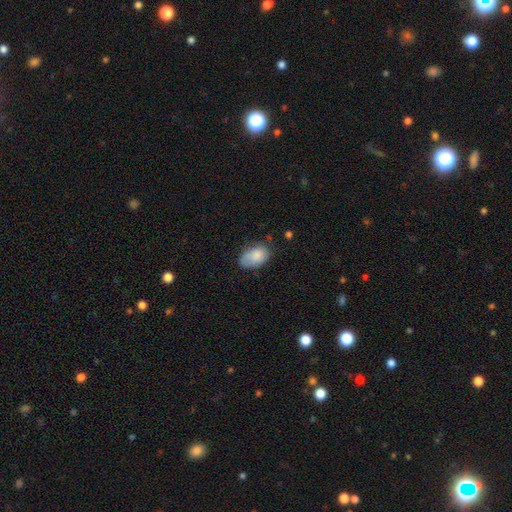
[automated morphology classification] Smooth or featured? smooth (83%)
How rounded? in between (91%)
Merging? none (58%)